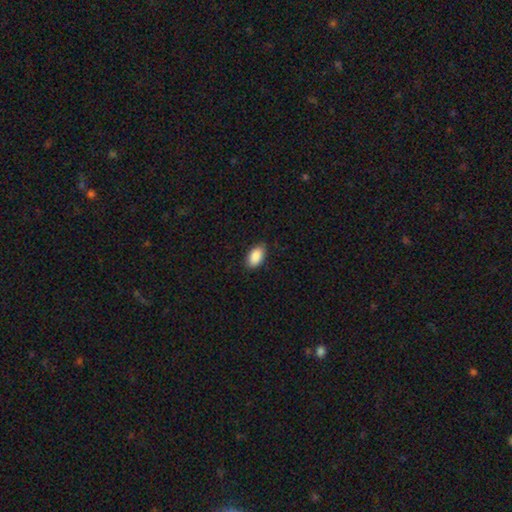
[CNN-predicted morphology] The model was most divided on "merging": none: 85%, minor disturbance: 12%, major disturbance: 2%, merger: 1%. More confident: how rounded — in between (94%); smooth or featured — smooth (90%).